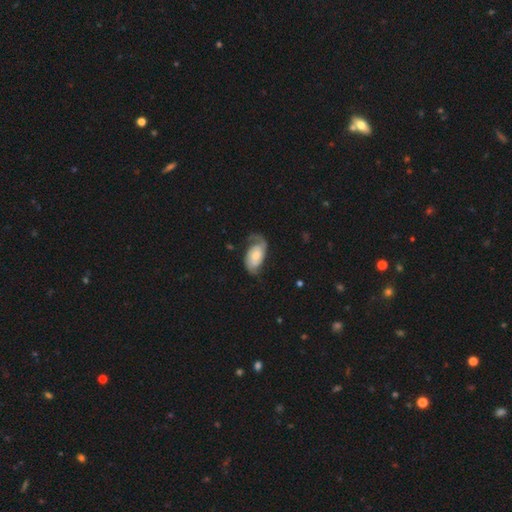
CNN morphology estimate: This appears to be a featured or disk galaxy (72%) with no bar (66%), 2 (73%) medium (38%) spiral arms (91%) and a moderate central bulge (54%). Merging: none (56%).